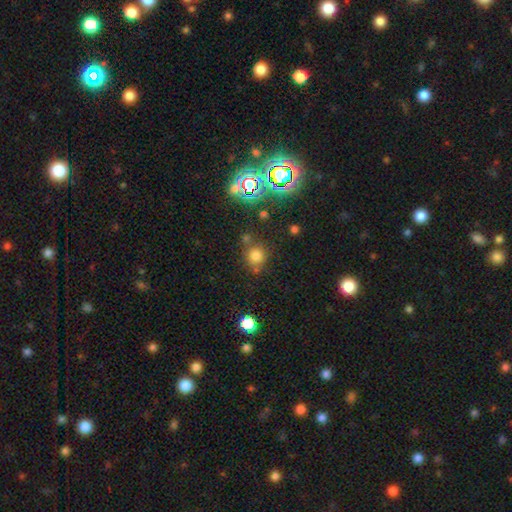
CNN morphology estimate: Smooth or featured: smooth — 74% (star or artifact — 20%)
How rounded: round — 88% (in between — 11%)
Merging: none — 73% (merger — 12%)